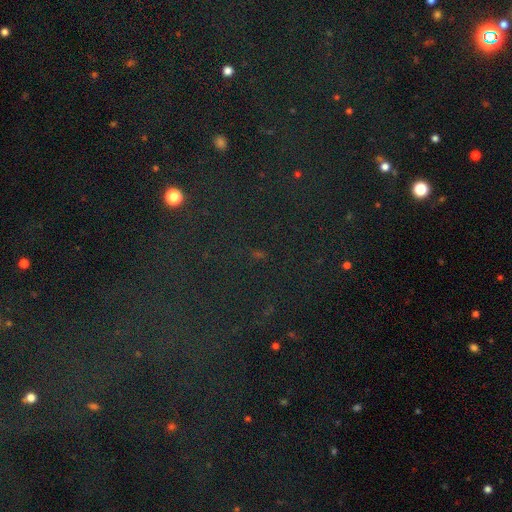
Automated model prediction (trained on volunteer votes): Smooth or featured: star or artifact — 78% (smooth — 13%)